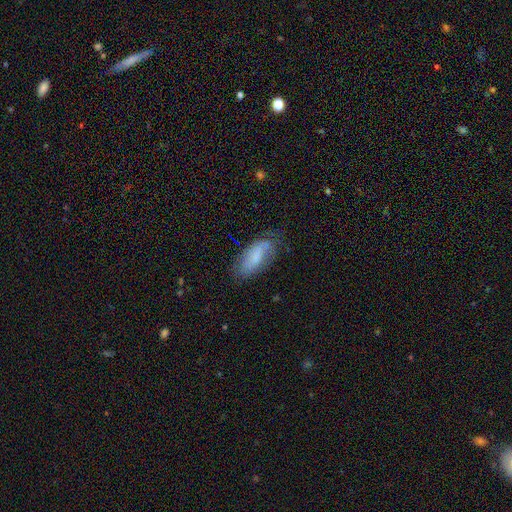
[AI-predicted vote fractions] smooth_or_featured: smooth (p=0.65) [alt: featured or disk p=0.27]
how_rounded: in between (p=0.82) [alt: cigar-shaped p=0.15]
merging: none (p=0.55) [alt: minor disturbance p=0.30]